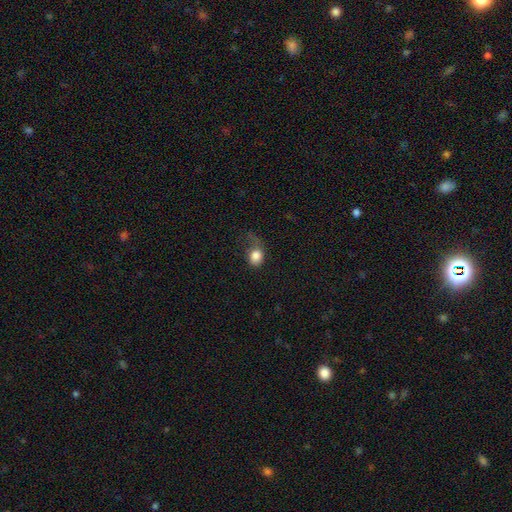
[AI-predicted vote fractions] This appears to be a smooth galaxy with no disk features (82%) that is round (53%). Merging: major disturbance (38%).